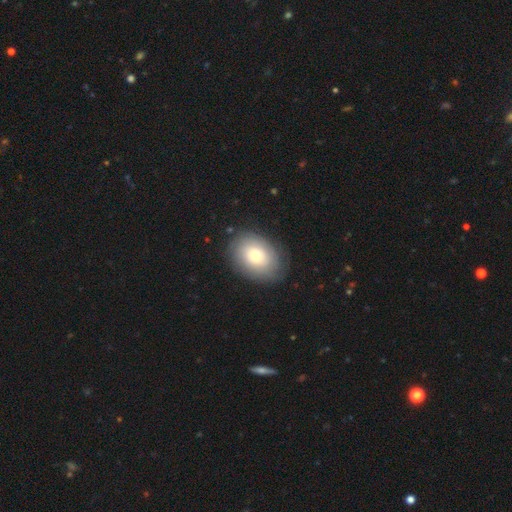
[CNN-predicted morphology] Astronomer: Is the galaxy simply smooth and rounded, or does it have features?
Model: smooth — 67%.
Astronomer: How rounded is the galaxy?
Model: in between — 74%.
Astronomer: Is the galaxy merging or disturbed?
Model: none — 83%.